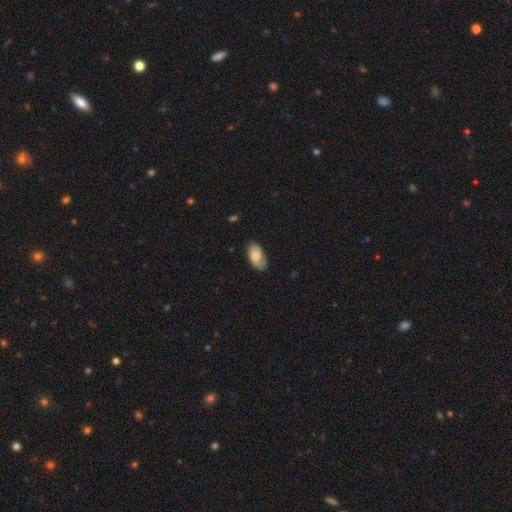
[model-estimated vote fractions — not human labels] This appears to be a smooth galaxy with no disk features (69%) that is in between round and cigar-shaped (94%). Merging: none (73%).